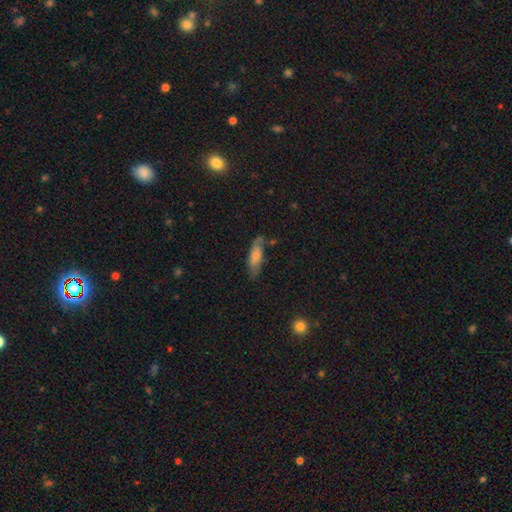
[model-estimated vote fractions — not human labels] A smooth galaxy with no disk features (64%) that is in between round and cigar-shaped (53%). Merging: none (67%).